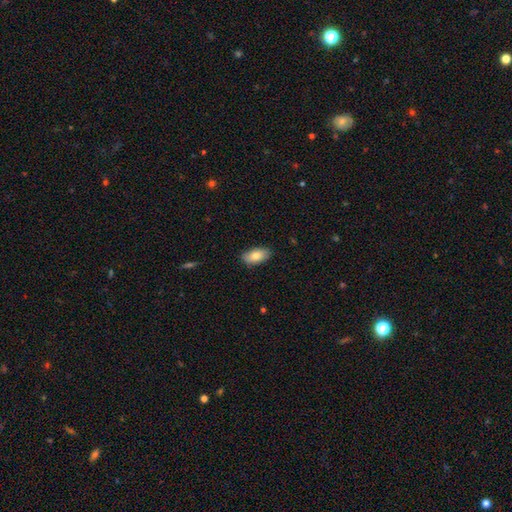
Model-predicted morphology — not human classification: Smooth or featured? Predicted: smooth (p=0.82). How rounded? Predicted: in between (p=0.93). Merging? Predicted: none (p=0.86).